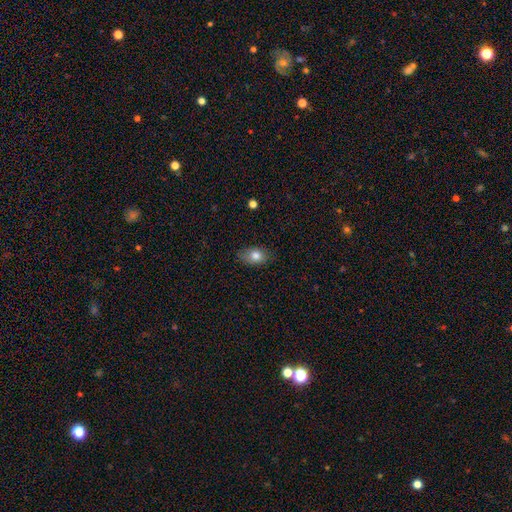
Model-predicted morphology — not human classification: This appears to be a smooth galaxy with no disk features (80%) that is in between round and cigar-shaped (83%). Merging: none (78%).